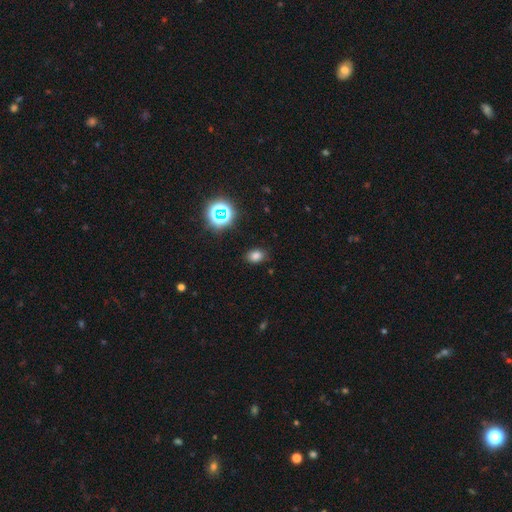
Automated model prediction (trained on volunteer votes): A smooth galaxy with no disk features (75%) that is in between round and cigar-shaped (68%). Merging: none (85%).